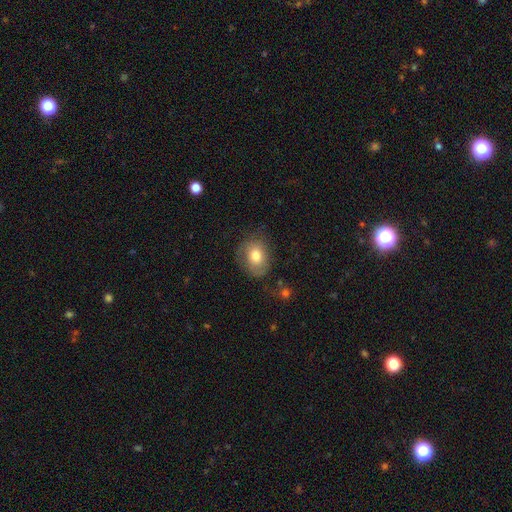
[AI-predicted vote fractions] smooth_or_featured: smooth (p=0.72) [alt: featured or disk p=0.20]
how_rounded: in between (p=0.51) [alt: round p=0.48]
merging: none (p=0.63) [alt: minor disturbance p=0.24]